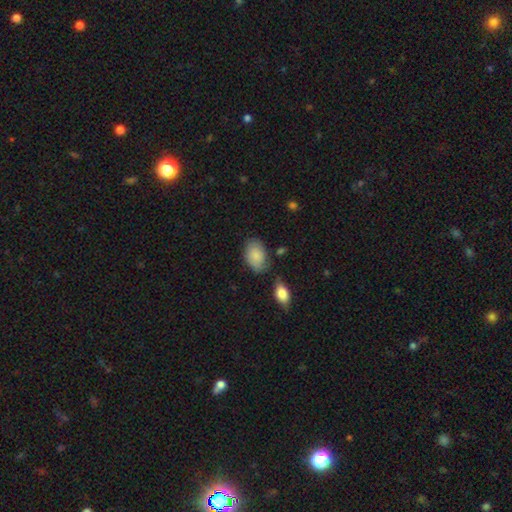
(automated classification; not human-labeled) This is clearly a smooth galaxy (80%). How rounded: clearly in between (88%). Merging: likely none (66%).